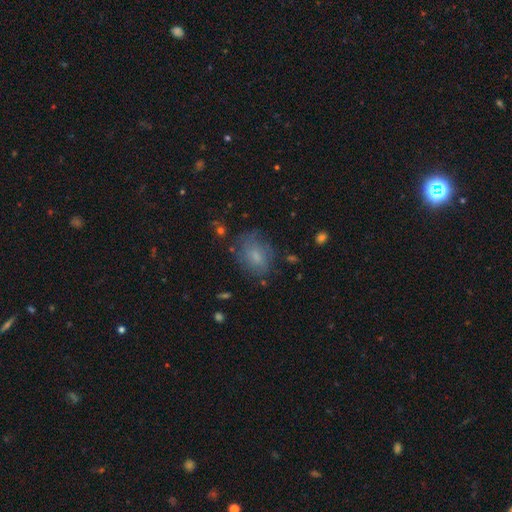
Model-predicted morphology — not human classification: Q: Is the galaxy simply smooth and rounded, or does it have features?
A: smooth — 58%.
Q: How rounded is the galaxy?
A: in between — 72%.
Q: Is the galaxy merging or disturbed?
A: none — 65%.